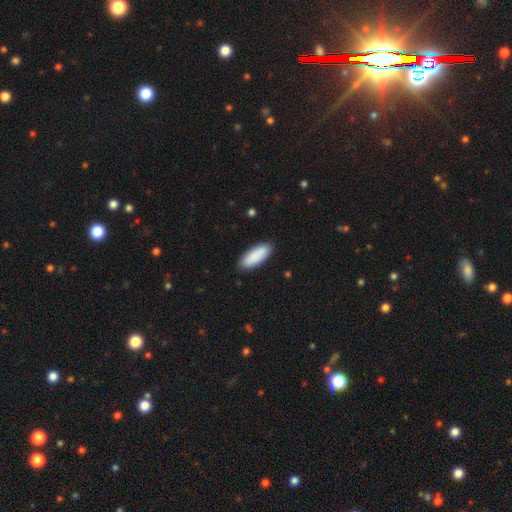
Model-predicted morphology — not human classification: Smooth or featured: smooth — 90% (star or artifact — 5%)
How rounded: in between — 75% (cigar-shaped — 23%)
Merging: none — 88% (minor disturbance — 9%)